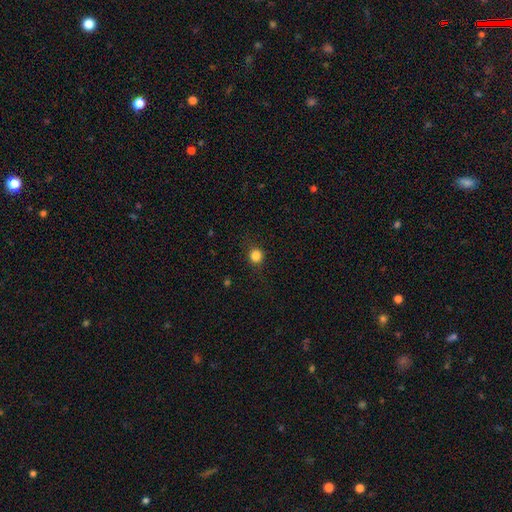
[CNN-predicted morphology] Q: Smooth or featured?
A: smooth (84%); runner-up: star or artifact (12%)
Q: How rounded?
A: round (90%); runner-up: in between (9%)
Q: Merging?
A: none (88%); runner-up: minor disturbance (8%)